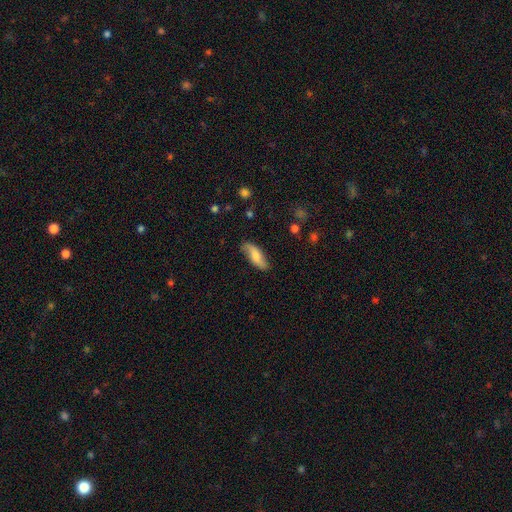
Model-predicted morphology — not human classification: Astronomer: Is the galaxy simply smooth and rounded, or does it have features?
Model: smooth — 53% (runner-up: featured or disk, 41%).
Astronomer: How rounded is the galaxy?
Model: in between — 65%.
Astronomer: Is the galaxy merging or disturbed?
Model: none — 78%.